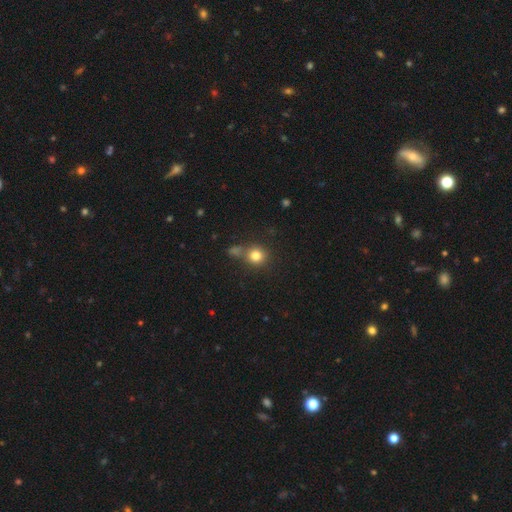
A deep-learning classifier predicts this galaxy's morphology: Smooth or featured? smooth (80%)
How rounded? round (89%)
Merging? none (69%)